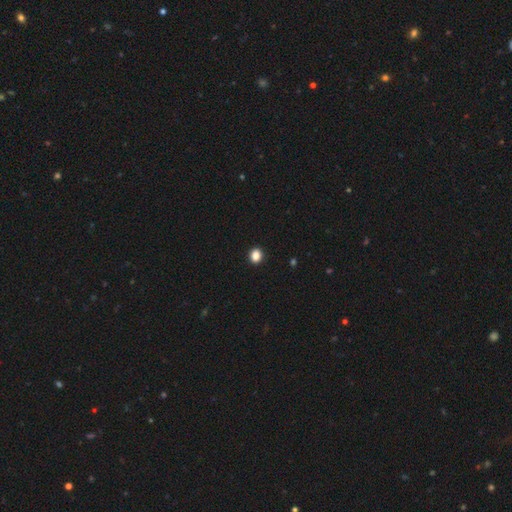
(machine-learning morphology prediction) This is clearly a smooth galaxy (87%). How rounded: possibly round (58%). Merging: clearly none (92%).